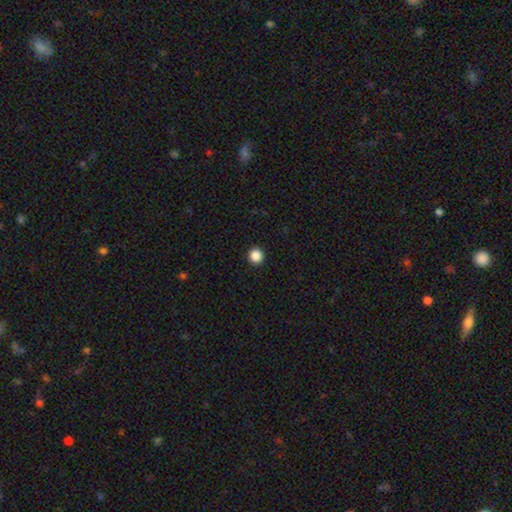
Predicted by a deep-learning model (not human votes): This appears to be a smooth galaxy with no disk features (87%) that is round (94%). Merging: none (94%).